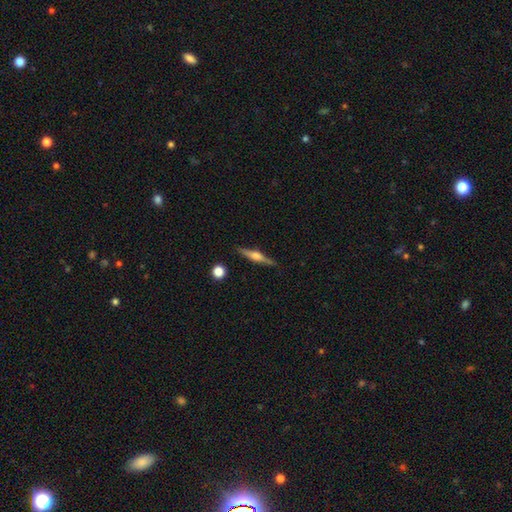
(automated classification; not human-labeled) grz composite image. It shows a featured or disk galaxy (67%) viewed edge-on (97%) with a rounded central bulge (83%). Merging: none (88%).